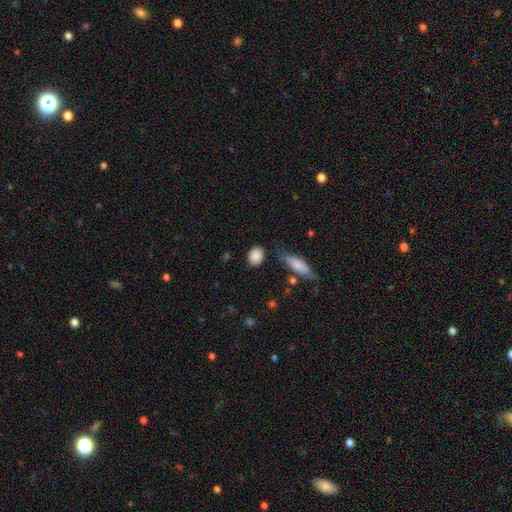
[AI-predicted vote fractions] This appears to be a smooth galaxy with no disk features (88%) that is in between round and cigar-shaped (55%). Merging: none (78%).